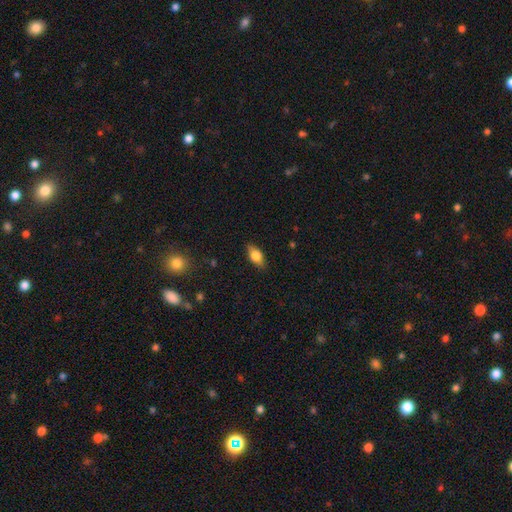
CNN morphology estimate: Smooth or featured: smooth — 68% (featured or disk — 24%)
How rounded: in between — 83% (cigar-shaped — 11%)
Merging: none — 84% (minor disturbance — 12%)